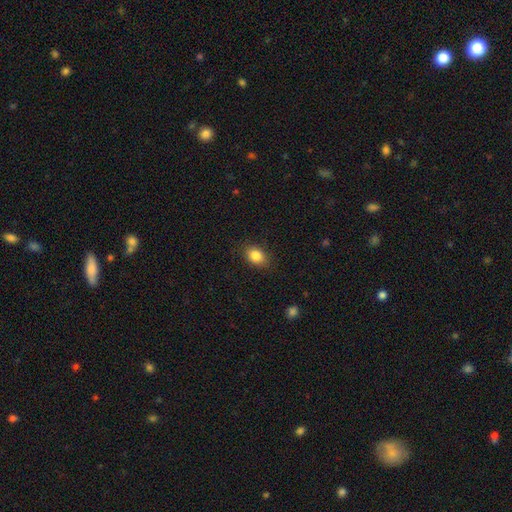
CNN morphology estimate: Smooth or featured? Predicted: smooth (p=0.85). How rounded? Predicted: in between (p=0.74). Merging? Predicted: none (p=0.85).